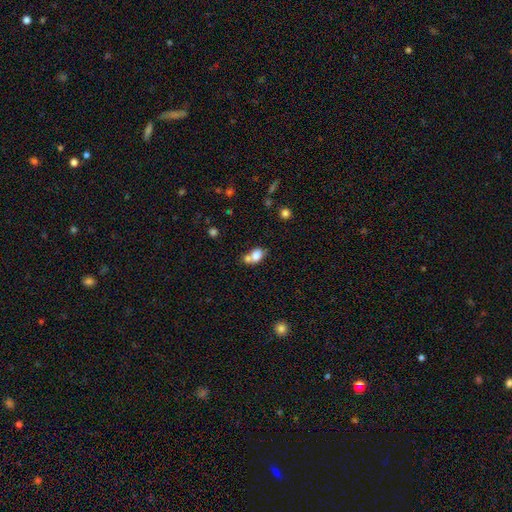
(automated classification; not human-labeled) smooth_or_featured: smooth (p=0.78) [alt: featured or disk p=0.12]
how_rounded: in between (p=0.74) [alt: round p=0.24]
merging: merger (p=0.47) [alt: none p=0.35]